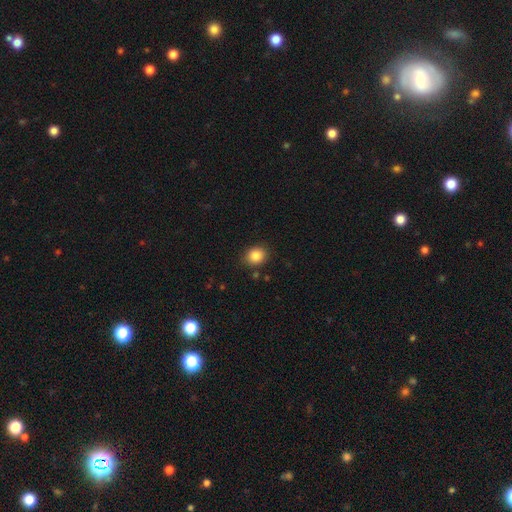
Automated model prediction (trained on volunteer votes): smooth_or_featured: smooth (p=0.86) [alt: star or artifact p=0.10]
how_rounded: round (p=0.66) [alt: in between p=0.33]
merging: none (p=0.85) [alt: minor disturbance p=0.10]